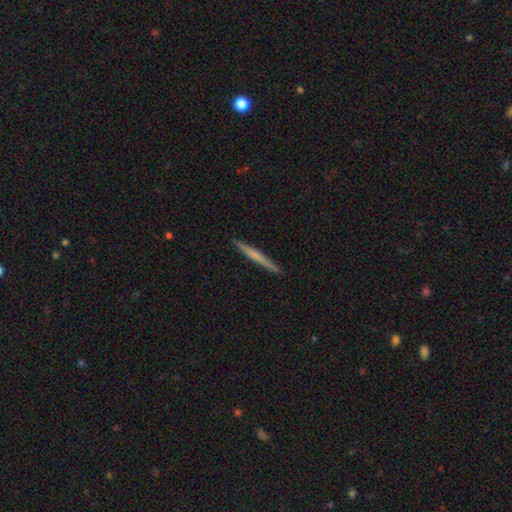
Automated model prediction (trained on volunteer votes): Overall: smooth (51%; featured or disk 43%). How rounded: cigar-shaped (97%). Merging: none (92%).